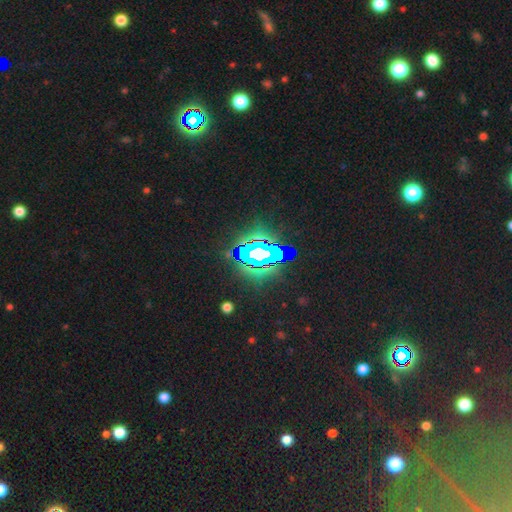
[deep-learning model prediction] Morphology: type=star or artifact (80%).